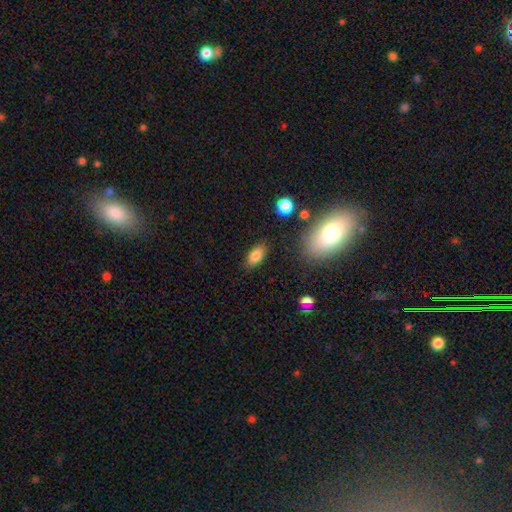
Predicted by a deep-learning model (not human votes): Smooth or featured? Predicted: smooth (p=0.82). How rounded? Predicted: in between (p=0.88). Merging? Predicted: none (p=0.83).